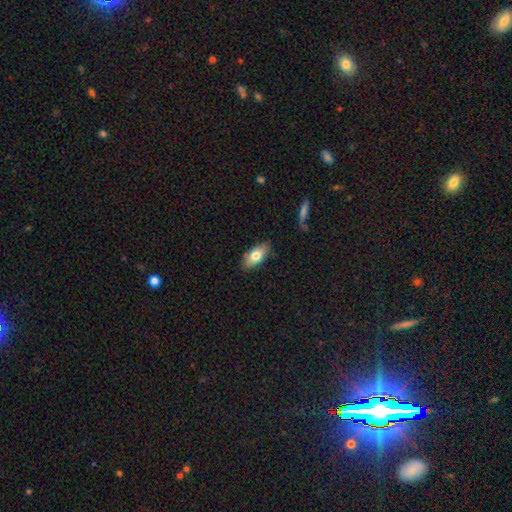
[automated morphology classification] Smooth or featured: smooth — 74% (featured or disk — 19%)
How rounded: in between — 86% (cigar-shaped — 12%)
Merging: none — 84% (minor disturbance — 12%)